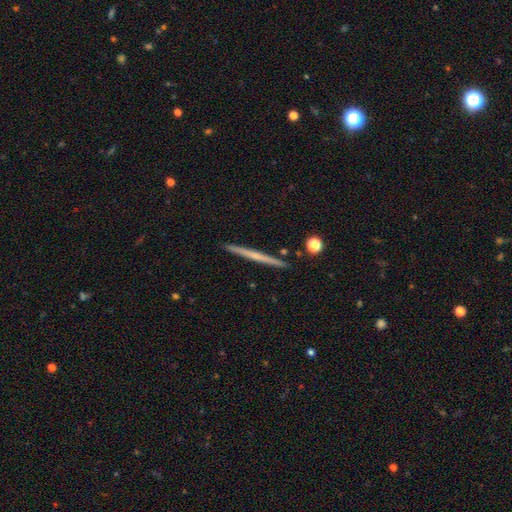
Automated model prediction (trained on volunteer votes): Smooth or featured? Predicted: featured or disk (p=0.59). Edge-on disk? Predicted: yes (p=0.98). Edge-on bulge? Predicted: none (p=0.72). Merging? Predicted: none (p=0.92).